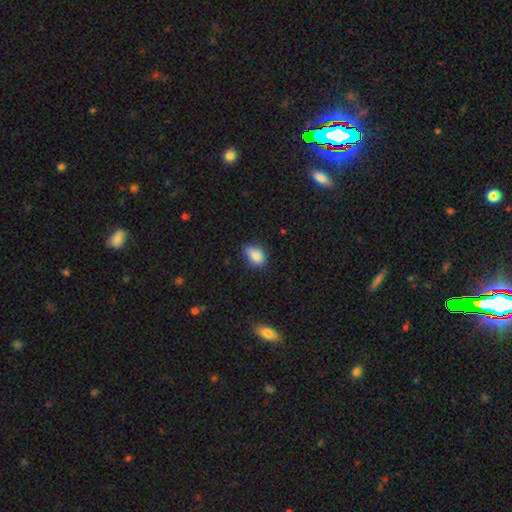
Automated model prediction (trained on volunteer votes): Smooth or featured: smooth — 87% (star or artifact — 8%)
How rounded: in between — 85% (round — 13%)
Merging: none — 76% (minor disturbance — 19%)